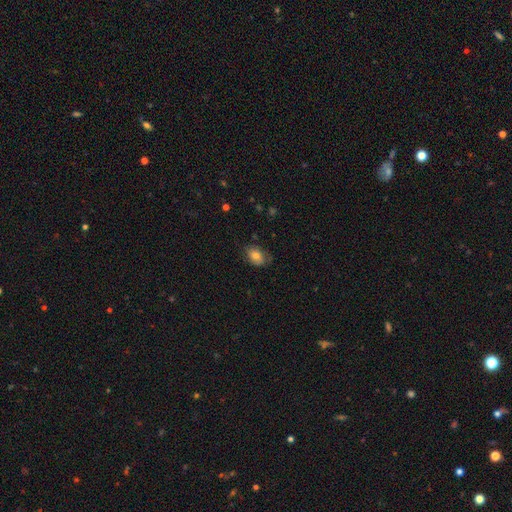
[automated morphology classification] smooth_or_featured: smooth (p=0.74) [alt: featured or disk p=0.17]
how_rounded: in between (p=0.82) [alt: round p=0.17]
merging: none (p=0.69) [alt: minor disturbance p=0.23]